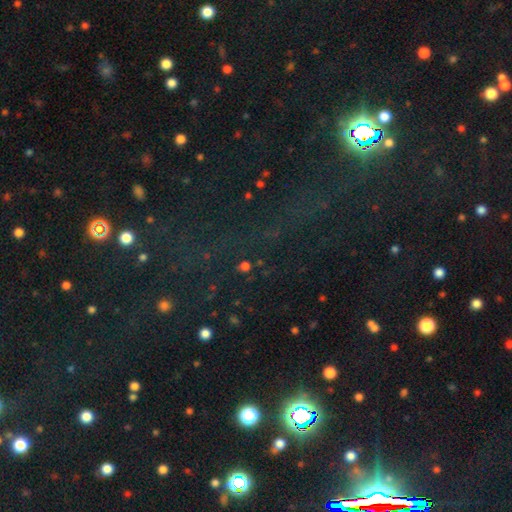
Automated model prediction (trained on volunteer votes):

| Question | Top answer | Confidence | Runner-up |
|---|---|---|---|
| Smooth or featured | star or artifact | 75% | smooth (16%) |